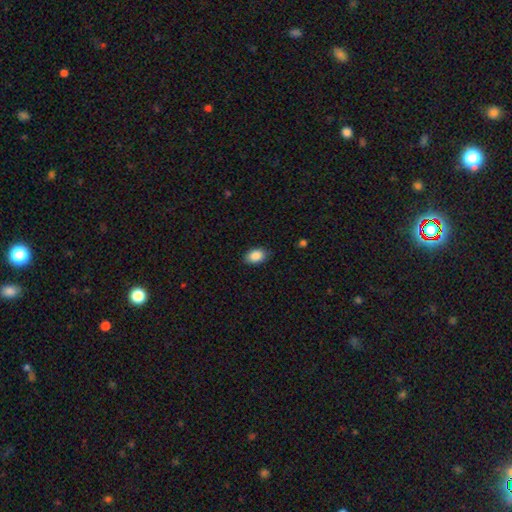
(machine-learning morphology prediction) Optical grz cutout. It shows a smooth galaxy with no disk features (88%) that is in between round and cigar-shaped (86%). Merging: none (85%).